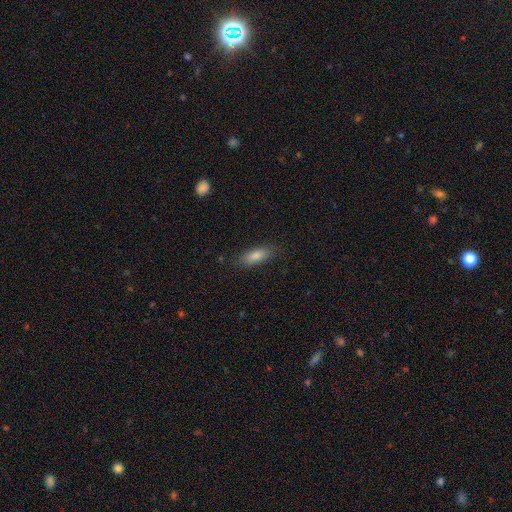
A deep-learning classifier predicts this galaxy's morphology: Smooth or featured?
  - smooth: 79% *
  - featured or disk: 13%
  - star or artifact: 8%
How rounded?
  - in between: 65% *
  - cigar-shaped: 32%
  - round: 3%
Merging?
  - none: 83% *
  - minor disturbance: 13%
  - major disturbance: 3%
  - merger: 1%